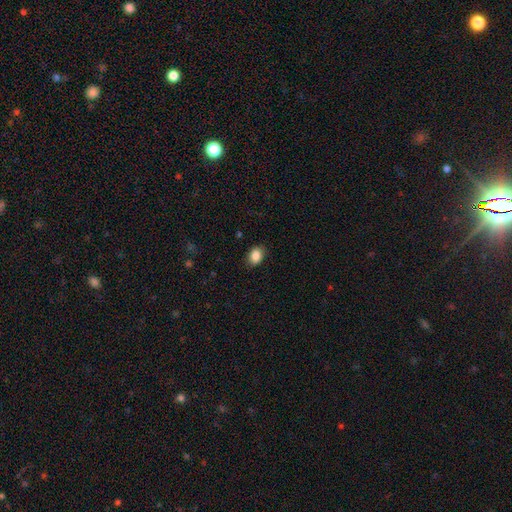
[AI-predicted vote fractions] smooth_or_featured: smooth (p=0.86) [alt: star or artifact p=0.08]
how_rounded: in between (p=0.72) [alt: round p=0.27]
merging: none (p=0.86) [alt: minor disturbance p=0.11]